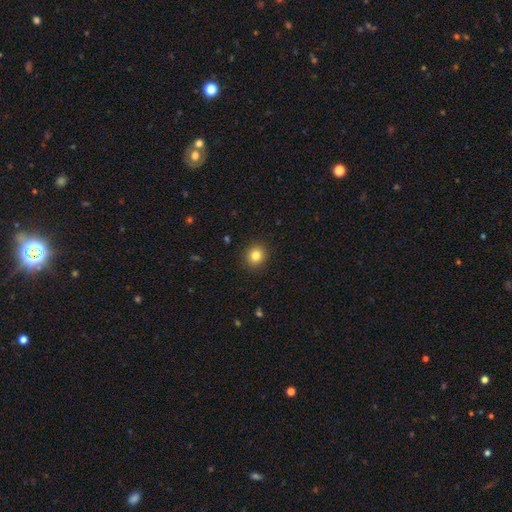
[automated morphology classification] Smooth or featured: smooth — 82% (star or artifact — 11%)
How rounded: round — 86% (in between — 13%)
Merging: none — 91% (minor disturbance — 6%)